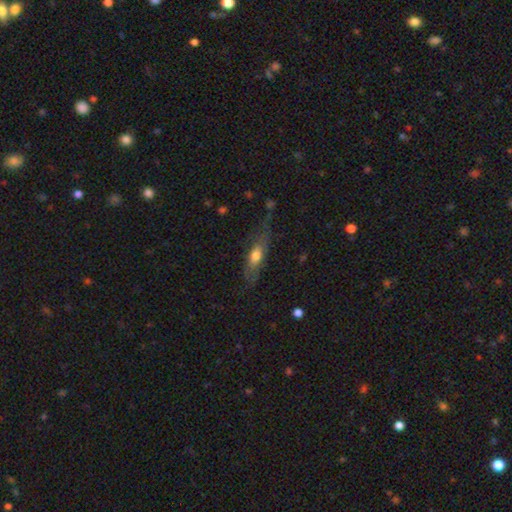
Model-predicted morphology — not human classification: smooth 54%, featured or disk 38%, star or artifact 7%. Down the decision tree: how rounded — in between (49%); merging — none (58%).